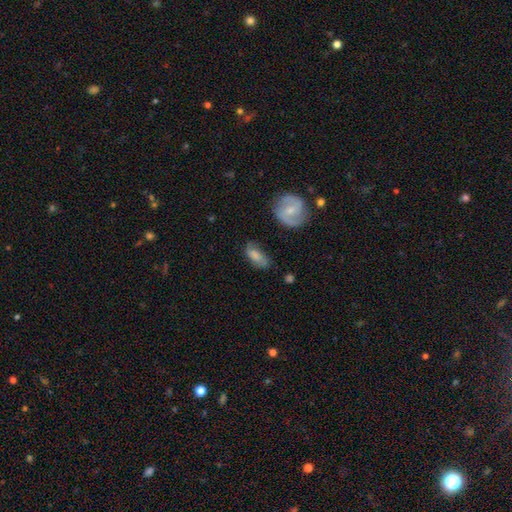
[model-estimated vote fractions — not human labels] smooth 66%, featured or disk 27%, star or artifact 8%. Down the decision tree: how rounded — in between (83%); merging — none (58%).